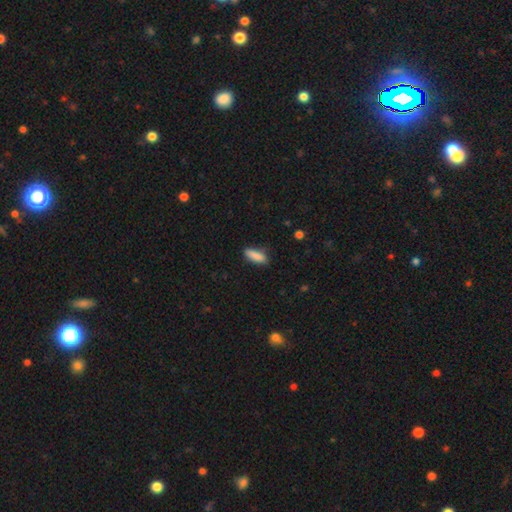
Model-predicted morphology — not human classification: A smooth galaxy with no disk features (87%) that is in between round and cigar-shaped (54%). Merging: none (78%).